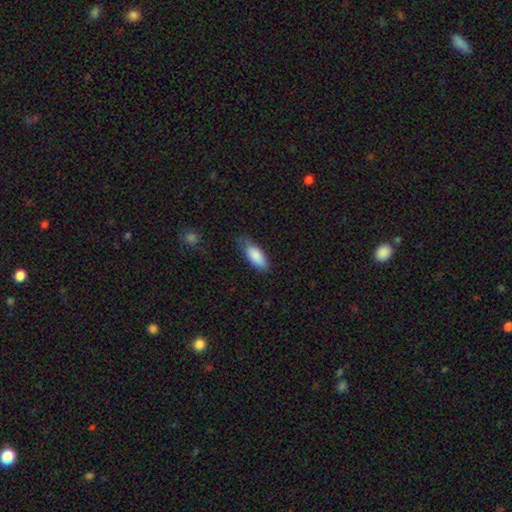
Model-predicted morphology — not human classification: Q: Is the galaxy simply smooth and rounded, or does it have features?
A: smooth — 86%.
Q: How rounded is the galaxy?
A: in between — 78%.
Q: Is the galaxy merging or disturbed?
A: none — 61%.